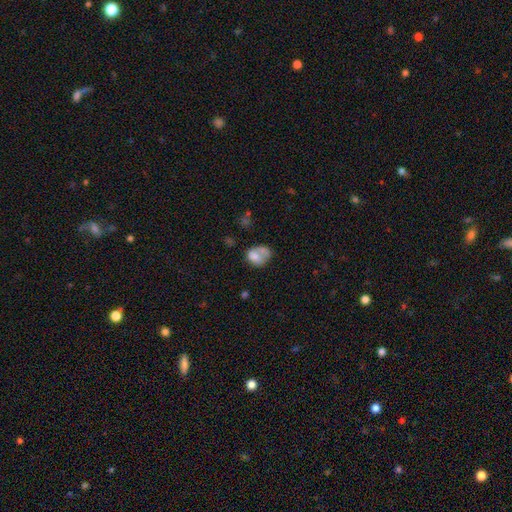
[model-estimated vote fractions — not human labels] A smooth galaxy with no disk features (65%) that is in between round and cigar-shaped (61%).

Vote fractions:
- Smooth or featured? smooth: 65% / featured or disk: 25% / star or artifact: 10%
- How rounded? in between: 61% / round: 38% / cigar-shaped: 1%
- Merging? none: 31% / major disturbance: 24% / merger: 23% / minor disturbance: 22%